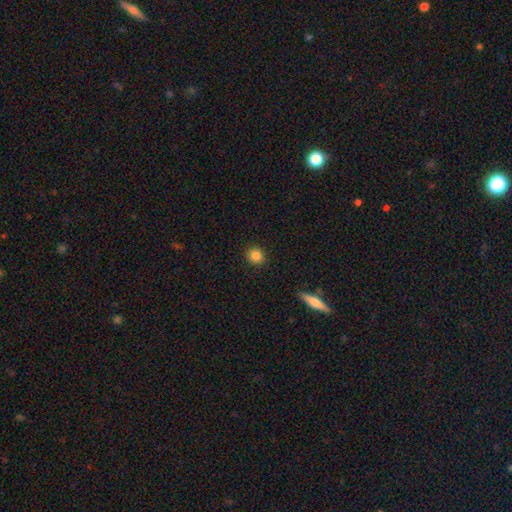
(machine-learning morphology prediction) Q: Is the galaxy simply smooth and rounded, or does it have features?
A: smooth — 85%.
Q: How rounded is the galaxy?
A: round — 88%.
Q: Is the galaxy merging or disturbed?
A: none — 91%.